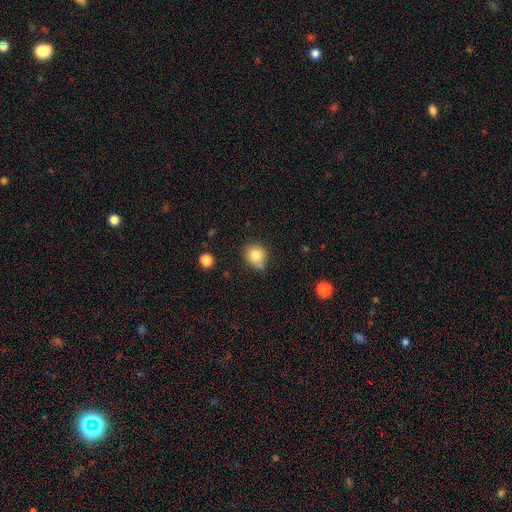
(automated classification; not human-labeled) smooth 81%, star or artifact 11%, featured or disk 8%. Down the decision tree: how rounded — round (81%); merging — none (65%).